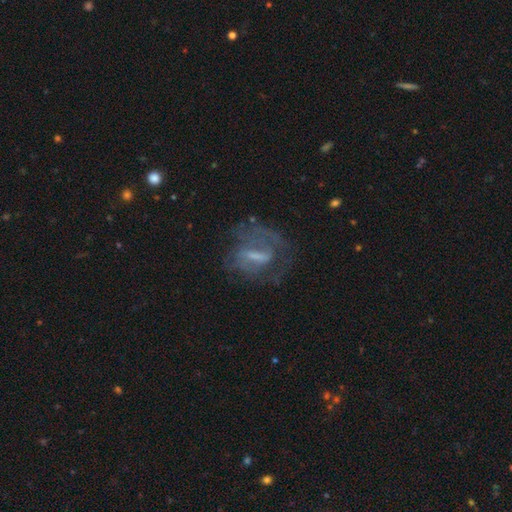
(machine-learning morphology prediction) type=featured or disk (65%); edge-on=no (91%); bar=weak (41%); spiral arms=yes (60%); bulge=none (33%); merging=none (51%).